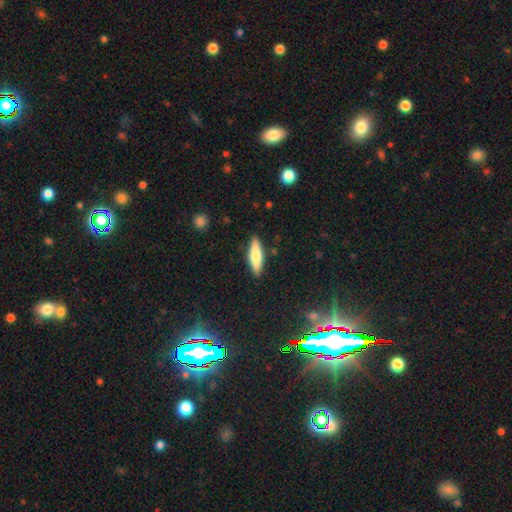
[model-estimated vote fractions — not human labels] smooth_or_featured: smooth (p=0.68) [alt: featured or disk p=0.26]
how_rounded: cigar-shaped (p=0.64) [alt: in between p=0.34]
merging: none (p=0.88) [alt: minor disturbance p=0.09]